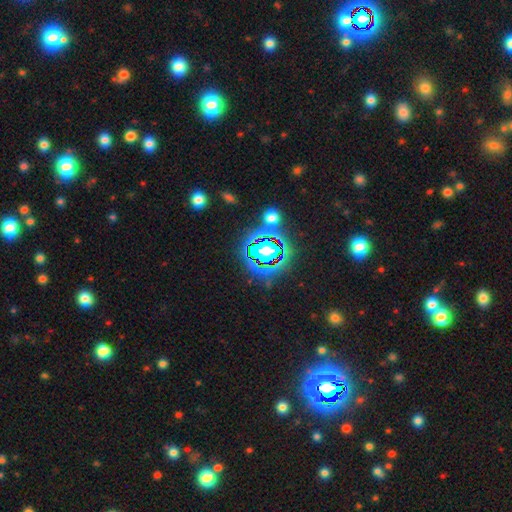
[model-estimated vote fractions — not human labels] Smooth or featured: star or artifact — 68% (smooth — 18%)